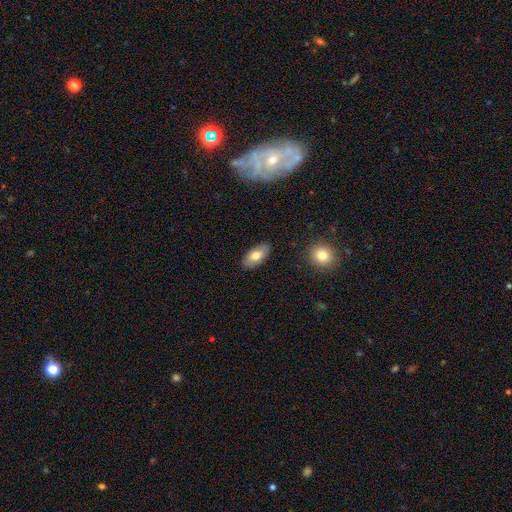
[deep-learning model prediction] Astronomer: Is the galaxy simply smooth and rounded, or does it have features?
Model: smooth — 69%.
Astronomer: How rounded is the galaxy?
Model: in between — 93%.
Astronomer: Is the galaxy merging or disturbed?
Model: none — 87%.